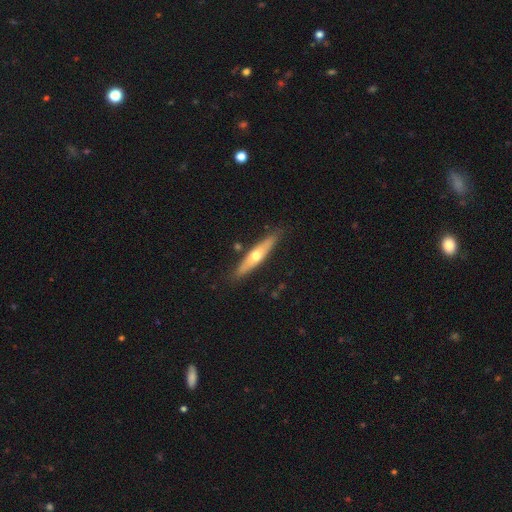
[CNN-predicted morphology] This appears to be a featured or disk galaxy (54%) viewed edge-on (89%). Merging: none (85%).